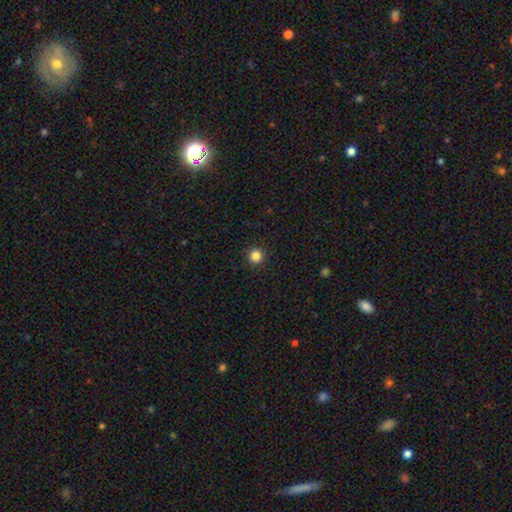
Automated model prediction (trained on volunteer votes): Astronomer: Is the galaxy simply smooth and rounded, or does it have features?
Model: smooth — 84%.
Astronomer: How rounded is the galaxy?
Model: round — 95%.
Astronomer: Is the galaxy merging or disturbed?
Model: none — 92%.